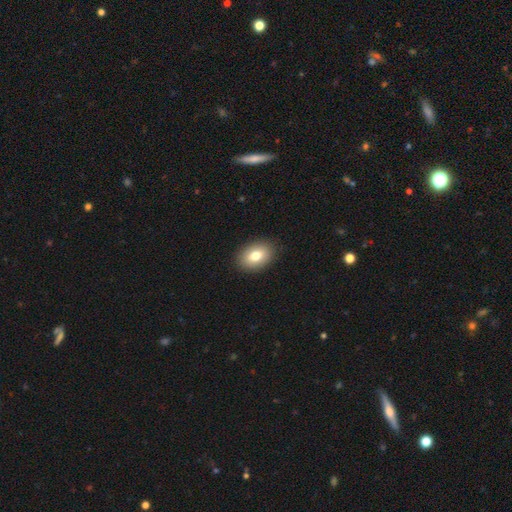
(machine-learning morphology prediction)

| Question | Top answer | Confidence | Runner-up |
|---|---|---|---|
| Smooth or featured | smooth | 78% | featured or disk (14%) |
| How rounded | in between | 81% | round (18%) |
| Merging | none | 89% | minor disturbance (8%) |